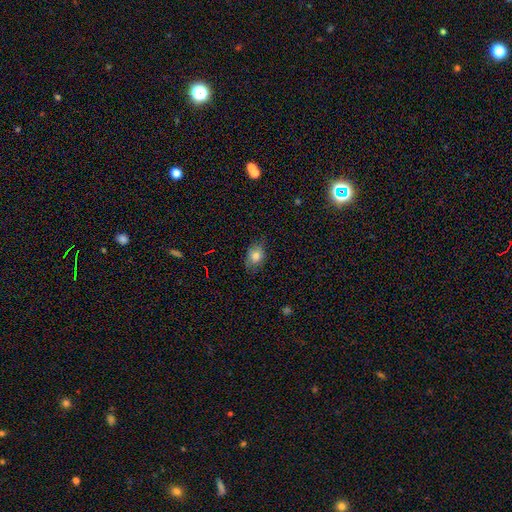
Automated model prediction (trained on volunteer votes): This appears to be a smooth galaxy with no disk features (80%) that is in between round and cigar-shaped (73%). Merging: none (73%).